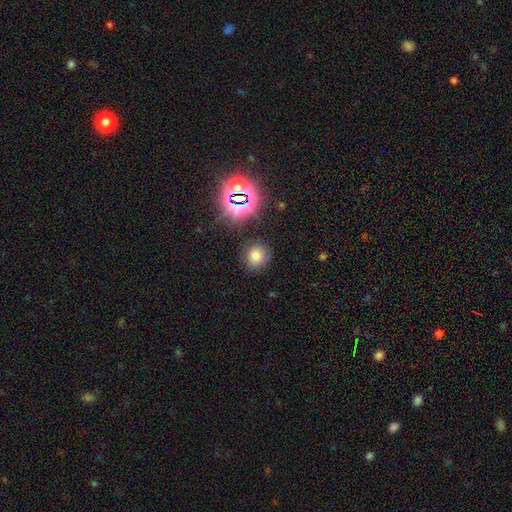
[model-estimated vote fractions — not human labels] smooth-or-featured: smooth: 69% | star or artifact: 22% | featured or disk: 9%
  how-rounded: round: 81% | in between: 17% | cigar-shaped: 1%
  merging: none: 83% | minor disturbance: 11% | major disturbance: 4% | merger: 2%